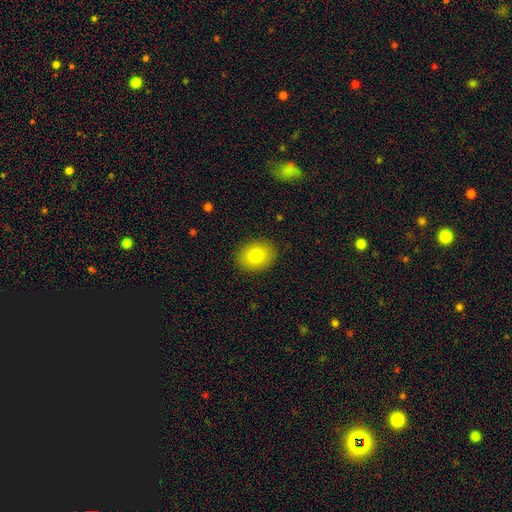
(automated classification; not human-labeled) This is clearly a smooth galaxy (82%). How rounded: possibly in between (57%). Merging: clearly none (89%).